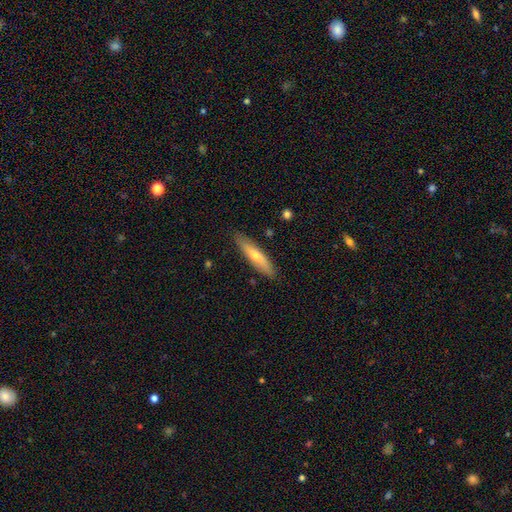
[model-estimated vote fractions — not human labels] Morphology: type=smooth (62%); roundness=cigar-shaped (80%); merging=none (86%).